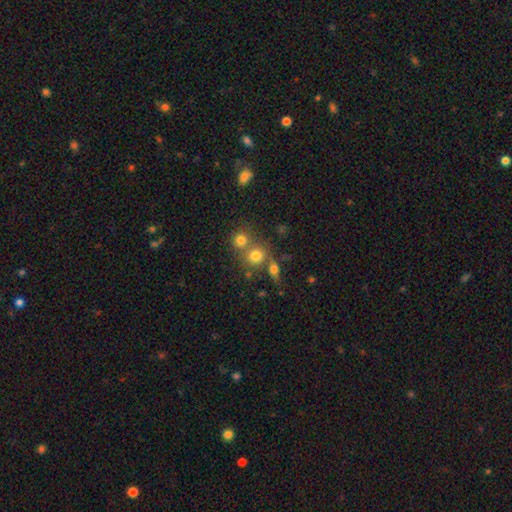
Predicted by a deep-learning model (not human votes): smooth_or_featured: smooth (p=0.74) [alt: star or artifact p=0.14]
how_rounded: round (p=0.81) [alt: in between p=0.18]
merging: none (p=0.50) [alt: merger p=0.37]